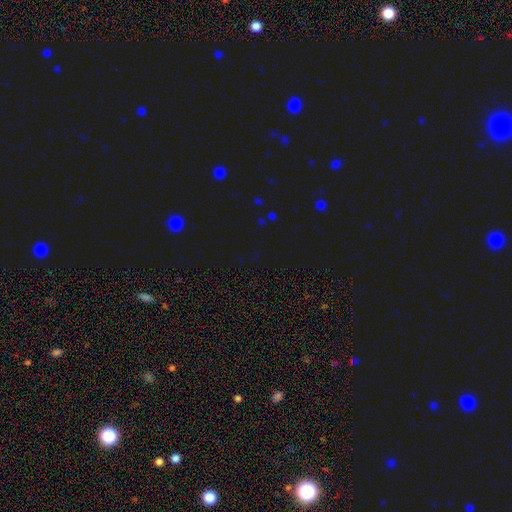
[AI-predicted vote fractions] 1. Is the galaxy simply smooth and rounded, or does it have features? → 73% star or artifact, 20% smooth, 7% featured or disk.